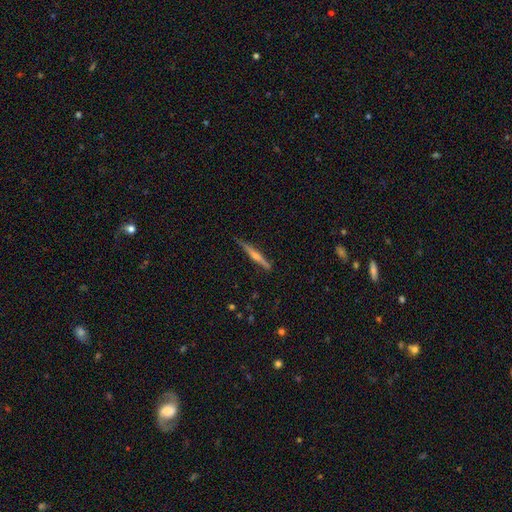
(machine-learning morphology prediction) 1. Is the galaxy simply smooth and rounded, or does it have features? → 72% featured or disk, 22% smooth, 6% star or artifact.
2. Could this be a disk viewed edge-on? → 98% yes, 2% no.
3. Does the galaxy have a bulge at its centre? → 84% rounded, 11% none, 5% boxy.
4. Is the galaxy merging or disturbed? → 87% none, 10% minor disturbance, 2% major disturbance, 1% merger.